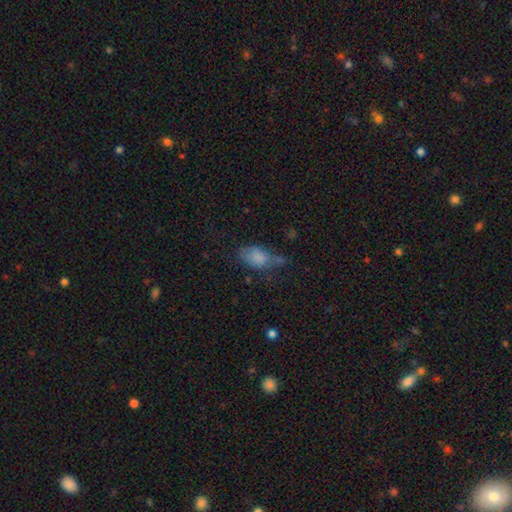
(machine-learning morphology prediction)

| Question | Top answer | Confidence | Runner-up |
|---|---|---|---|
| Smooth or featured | smooth | 66% | featured or disk (17%) |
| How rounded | in between | 81% | round (12%) |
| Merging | none | 42% | minor disturbance (30%) |